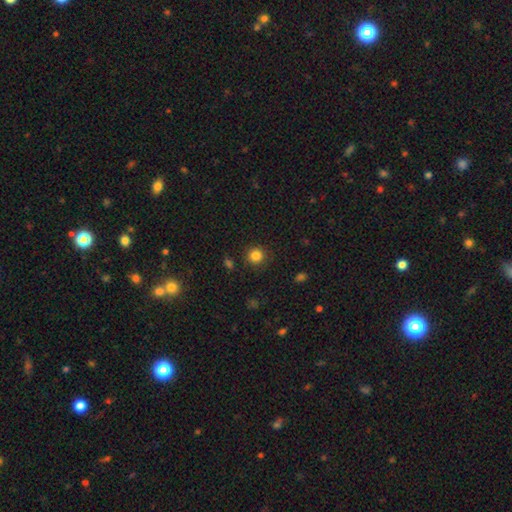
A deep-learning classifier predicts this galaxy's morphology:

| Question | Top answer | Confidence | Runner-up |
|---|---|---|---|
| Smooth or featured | smooth | 84% | star or artifact (12%) |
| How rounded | round | 93% | in between (6%) |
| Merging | none | 89% | minor disturbance (7%) |